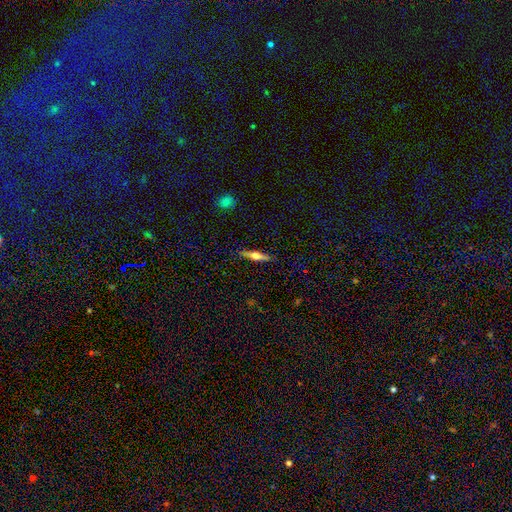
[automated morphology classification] type=featured or disk (58%); edge-on=yes (96%); edge-on bulge=rounded (93%); merging=none (88%).